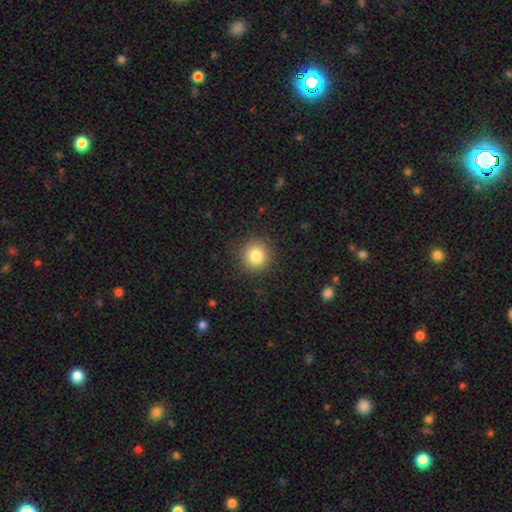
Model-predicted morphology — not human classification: Smooth or featured? smooth (83%)
How rounded? round (93%)
Merging? none (90%)